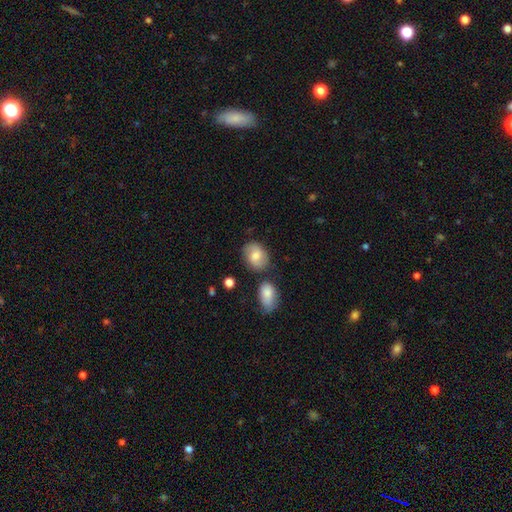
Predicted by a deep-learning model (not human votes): A smooth galaxy with no disk features (68%) that is in between round and cigar-shaped (68%).

Vote fractions:
- Smooth or featured? smooth: 68% / featured or disk: 25% / star or artifact: 7%
- How rounded? in between: 68% / round: 31% / cigar-shaped: 1%
- Merging? none: 70% / minor disturbance: 17% / merger: 9% / major disturbance: 4%